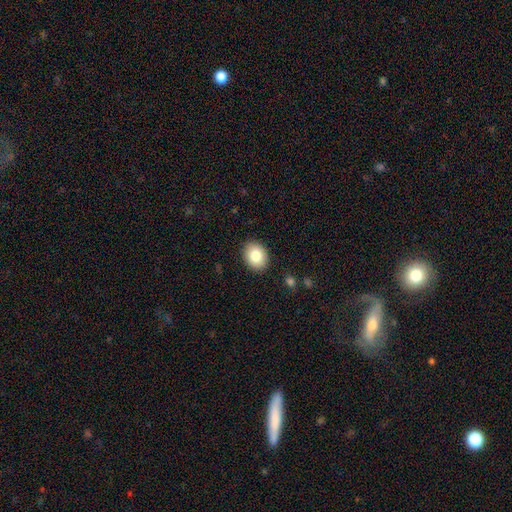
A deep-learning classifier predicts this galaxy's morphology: Smooth or featured? Predicted: smooth (p=0.83). How rounded? Predicted: in between (p=0.55). Merging? Predicted: none (p=0.89).